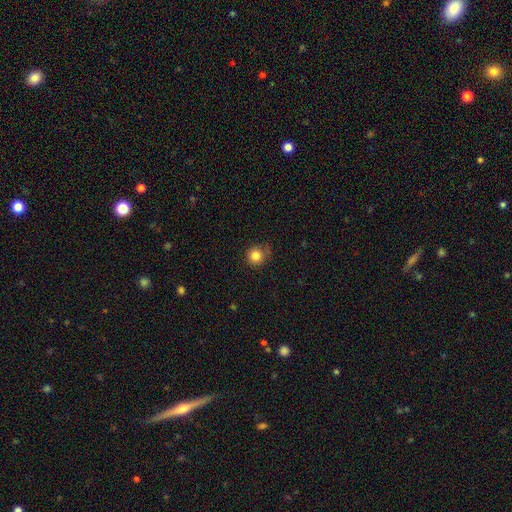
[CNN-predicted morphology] smooth_or_featured: smooth (p=0.83) [alt: star or artifact p=0.11]
how_rounded: round (p=0.92) [alt: in between p=0.07]
merging: none (p=0.76) [alt: minor disturbance p=0.18]